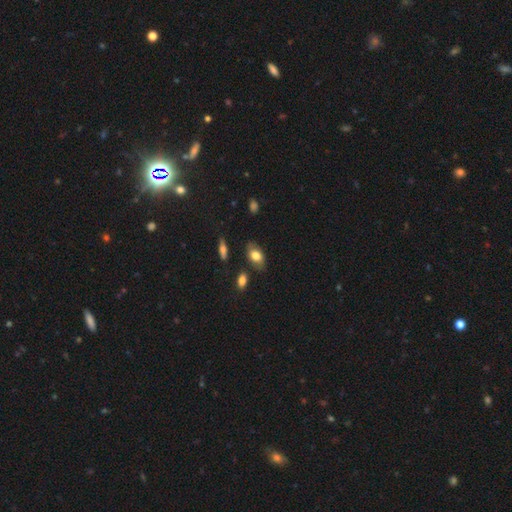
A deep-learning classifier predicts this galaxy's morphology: A smooth galaxy with no disk features (76%) that is in between round and cigar-shaped (89%). Merging: none (78%).